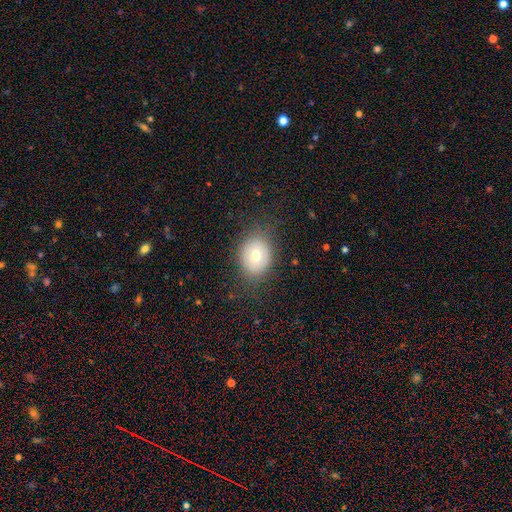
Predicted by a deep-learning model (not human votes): This is likely a smooth galaxy (66%). How rounded: possibly round (53%). Merging: likely none (73%).